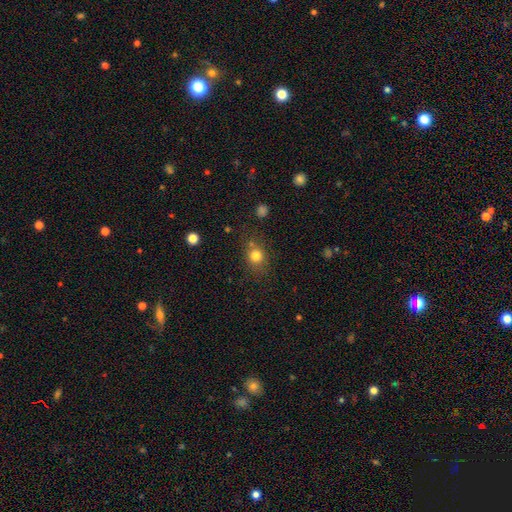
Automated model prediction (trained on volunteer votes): A smooth galaxy with no disk features (79%) that is round (75%).

Vote fractions:
- Smooth or featured? smooth: 79% / star or artifact: 13% / featured or disk: 8%
- How rounded? round: 75% / in between: 24% / cigar-shaped: 1%
- Merging? none: 69% / minor disturbance: 15% / merger: 11% / major disturbance: 6%